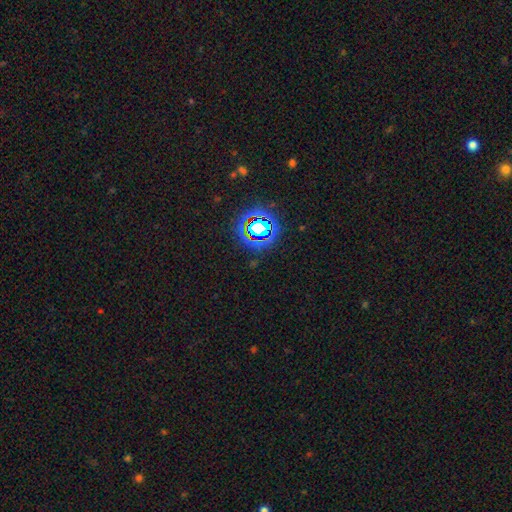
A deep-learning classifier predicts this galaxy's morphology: Q: Smooth or featured?
A: star or artifact (76%); runner-up: smooth (15%)